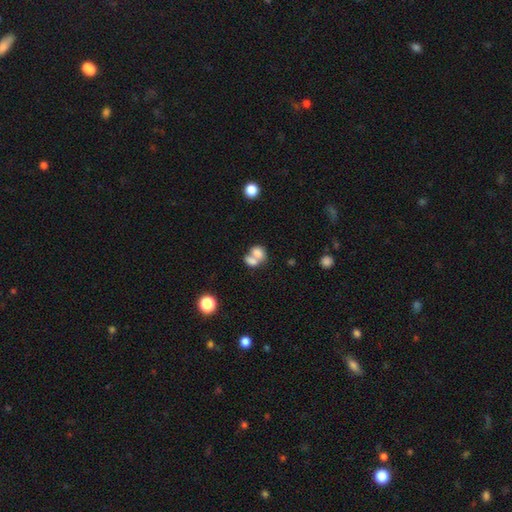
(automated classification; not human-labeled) Smooth or featured: smooth — 75% (featured or disk — 16%)
How rounded: in between — 63% (round — 35%)
Merging: merger — 70% (none — 19%)